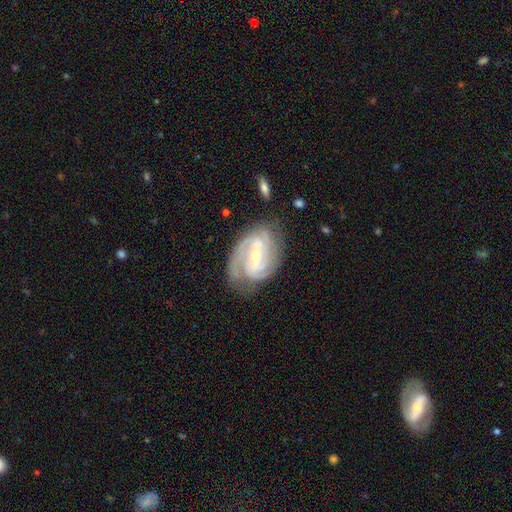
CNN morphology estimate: This is clearly a featured or disk galaxy (88%). It is clearly not viewed edge-on (97%). Bar: marginally weak (43%). Spiral arm pattern: clearly yes (97%). Spiral arm count: possibly 2 (46%). Spiral winding: possibly tight (52%). Central bulge: likely small (61%). Merging: likely none (70%).